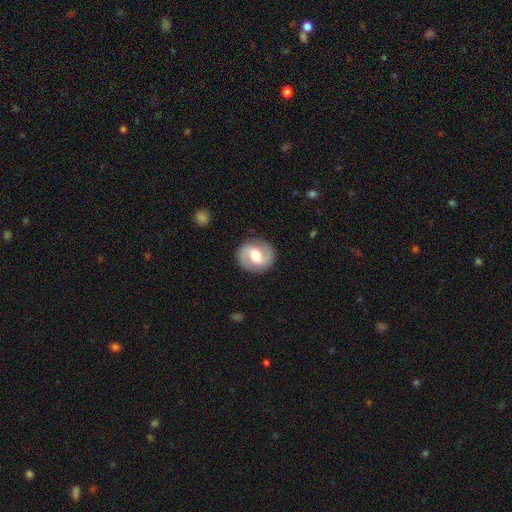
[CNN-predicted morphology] A featured or disk galaxy (75%) with a weak bar (48%), 2 (91%) medium (49%) spiral arms (89%) and a moderate central bulge (65%).

Vote fractions:
- Smooth or featured? featured or disk: 75% / smooth: 20% / star or artifact: 5%
- Edge-on disk? no: 97% / yes: 3%
- Bar? weak: 48% / strong: 28% / no: 24%
- Spiral arms? yes: 89% / no: 11%
- Spiral winding? medium: 49% / tight: 30% / loose: 20%
- Spiral arm count? 2: 91% / can't tell: 4% / 1: 2% / 3: 1% / 4: 1% / more than 4: 1%
- Bulge size? moderate: 65% / large: 22% / small: 10% / dominant: 2% / none: 1%
- Merging? none: 87% / minor disturbance: 9% / major disturbance: 3% / merger: 1%